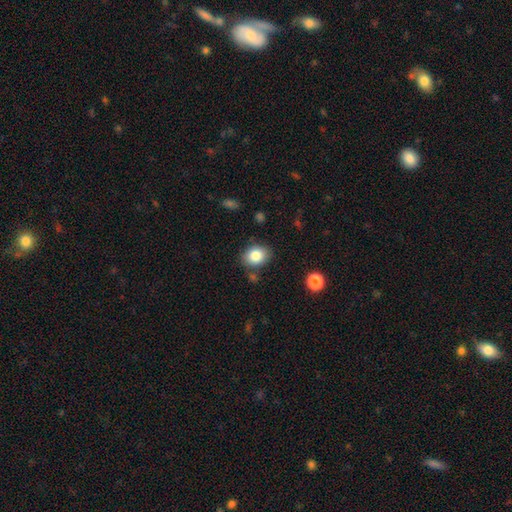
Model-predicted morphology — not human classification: A smooth galaxy with no disk features (84%) that is in between round and cigar-shaped (57%).

Vote fractions:
- Smooth or featured? smooth: 84% / star or artifact: 9% / featured or disk: 8%
- How rounded? in between: 57% / round: 43% / cigar-shaped: 1%
- Merging? none: 81% / minor disturbance: 12% / merger: 4% / major disturbance: 3%